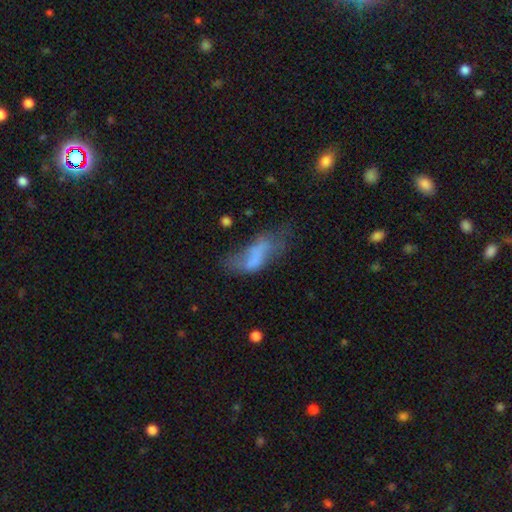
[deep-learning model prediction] Q: Smooth or featured?
A: smooth (54%); runner-up: featured or disk (34%)
Q: How rounded?
A: in between (79%); runner-up: cigar-shaped (18%)
Q: Merging?
A: major disturbance (39%); runner-up: none (26%)